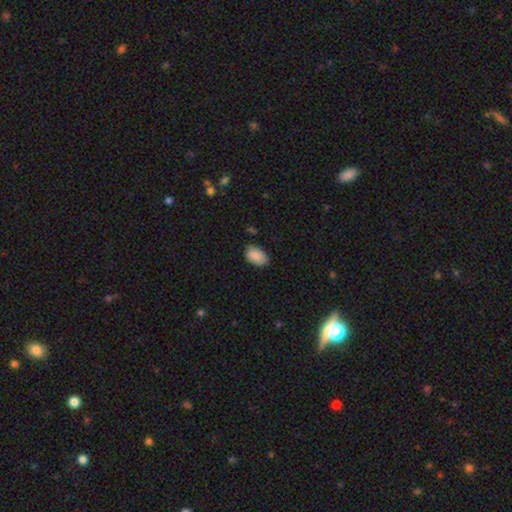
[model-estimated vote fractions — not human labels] The model was most divided on "merging": none: 78%, minor disturbance: 18%, major disturbance: 3%, merger: 1%. More confident: how rounded — in between (91%); smooth or featured — smooth (89%).